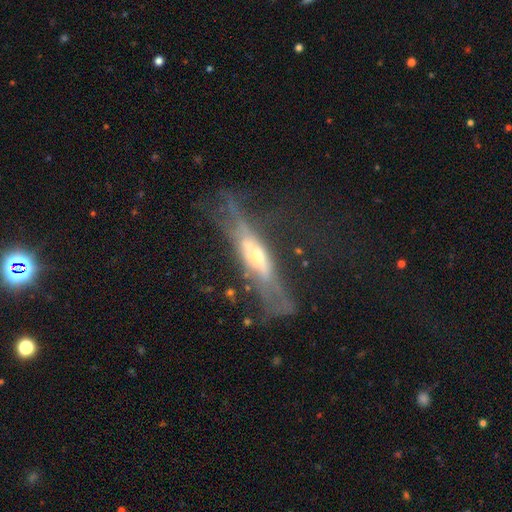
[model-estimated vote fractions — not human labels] featured or disk 68%, smooth 24%, star or artifact 8%. Down the decision tree: edge-on disk — yes (65%); merging — none (37%).